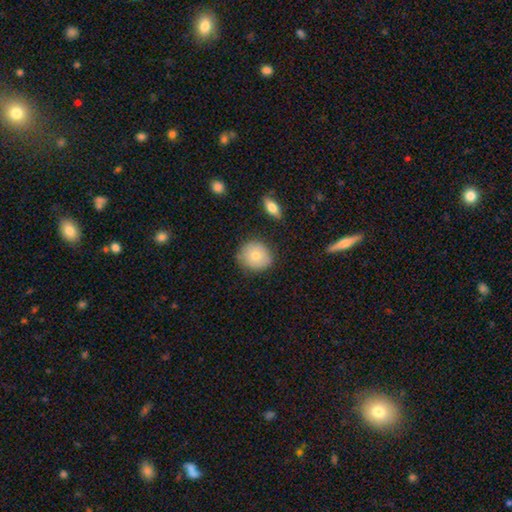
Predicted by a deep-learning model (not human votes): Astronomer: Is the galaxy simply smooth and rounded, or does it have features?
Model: smooth — 75%.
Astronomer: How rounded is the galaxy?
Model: round — 82%.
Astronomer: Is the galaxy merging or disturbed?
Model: none — 78%.